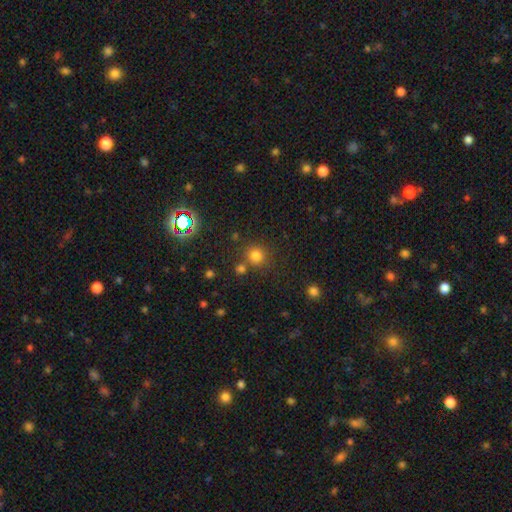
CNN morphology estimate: Smooth or featured: smooth — 76% (star or artifact — 18%)
How rounded: round — 89% (in between — 10%)
Merging: none — 74% (merger — 13%)